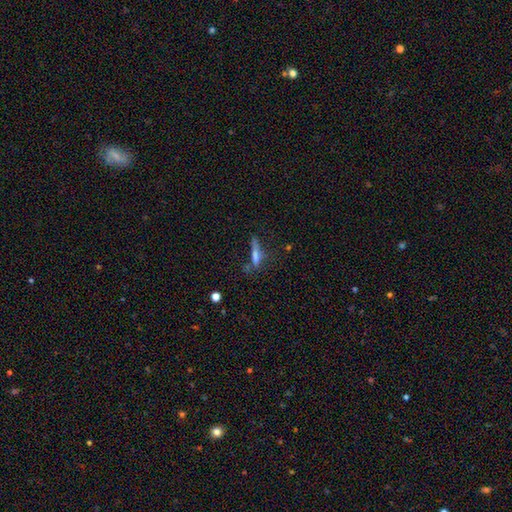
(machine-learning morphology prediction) Smooth or featured? smooth (60%)
How rounded? cigar-shaped (85%)
Merging? none (55%)